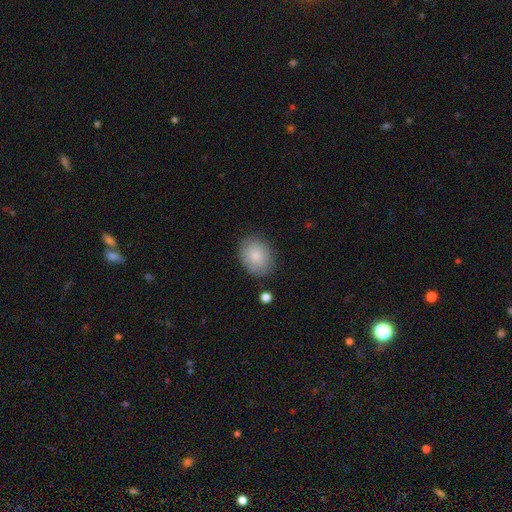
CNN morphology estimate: type=smooth (84%); roundness=in between (58%); merging=none (82%).